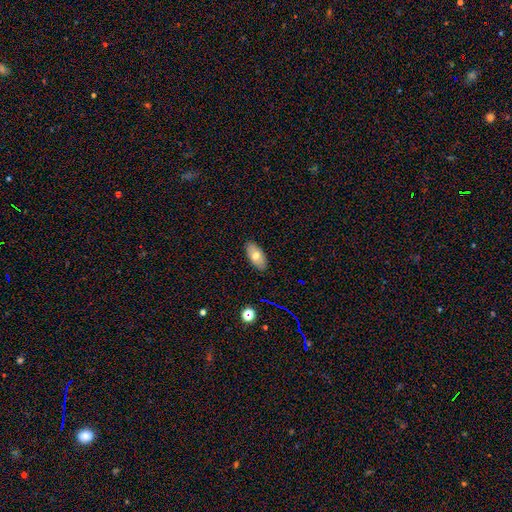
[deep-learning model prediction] A smooth galaxy with no disk features (70%) that is in between round and cigar-shaped (92%).

Vote fractions:
- Smooth or featured? smooth: 70% / featured or disk: 22% / star or artifact: 8%
- How rounded? in between: 92% / cigar-shaped: 5% / round: 3%
- Merging? none: 88% / minor disturbance: 9% / major disturbance: 2% / merger: 1%